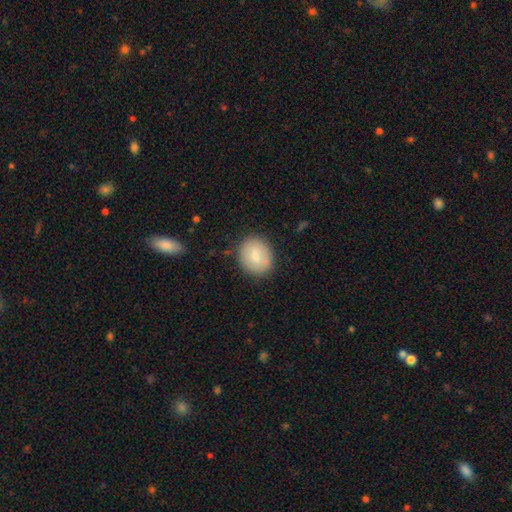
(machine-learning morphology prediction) smooth_or_featured: smooth (p=0.79) [alt: featured or disk p=0.14]
how_rounded: round (p=0.61) [alt: in between p=0.38]
merging: none (p=0.82) [alt: minor disturbance p=0.13]